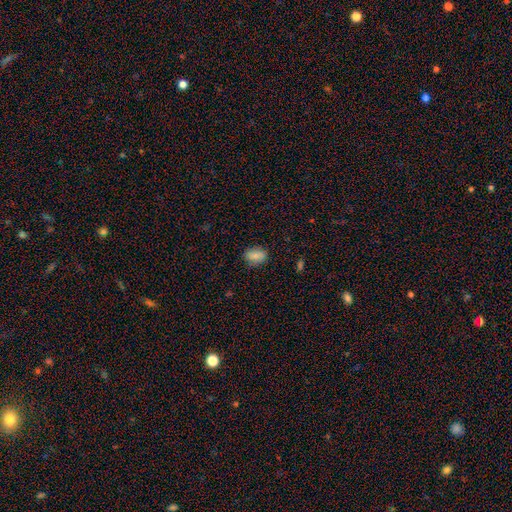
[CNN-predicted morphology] Smooth or featured? Predicted: smooth (p=0.84). How rounded? Predicted: in between (p=0.81). Merging? Predicted: none (p=0.83).